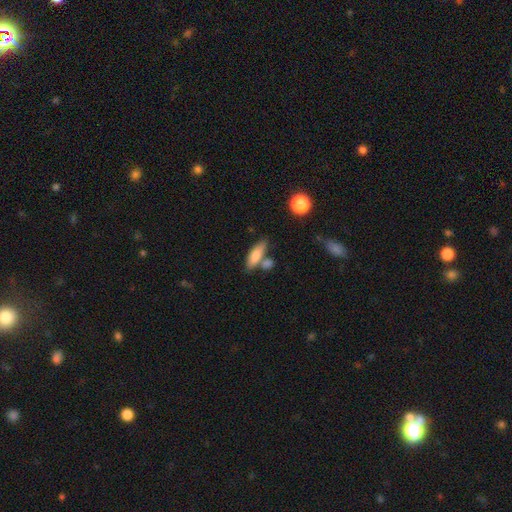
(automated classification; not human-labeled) Smooth or featured?
  - smooth: 79% *
  - featured or disk: 14%
  - star or artifact: 7%
How rounded?
  - in between: 59% *
  - cigar-shaped: 38%
  - round: 3%
Merging?
  - none: 60% *
  - merger: 22%
  - minor disturbance: 14%
  - major disturbance: 4%